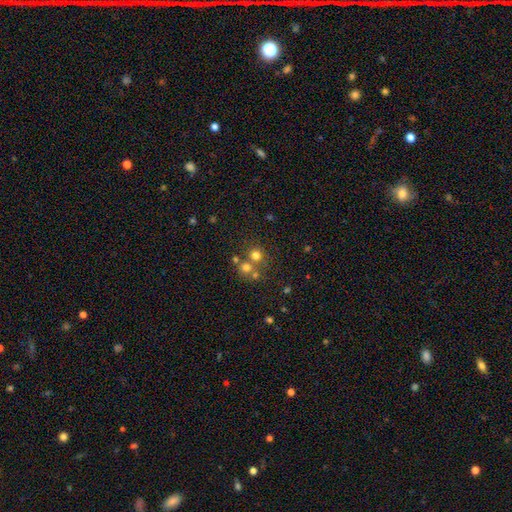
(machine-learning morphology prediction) smooth-or-featured: smooth: 69% | star or artifact: 19% | featured or disk: 12%
  how-rounded: round: 87% | in between: 12% | cigar-shaped: 1%
  merging: none: 56% | merger: 34% | minor disturbance: 6% | major disturbance: 3%